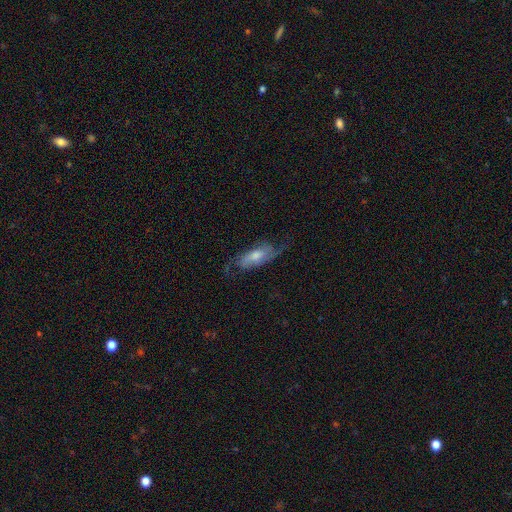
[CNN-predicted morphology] smooth_or_featured: featured or disk (p=0.66) [alt: smooth p=0.26]
disk_edge_on: no (p=0.82) [alt: yes p=0.18]
bar: no (p=0.60) [alt: weak p=0.31]
has_spiral_arms: yes (p=0.89) [alt: no p=0.11]
bulge_size: moderate (p=0.57) [alt: small p=0.24]
merging: none (p=0.62) [alt: minor disturbance p=0.22]